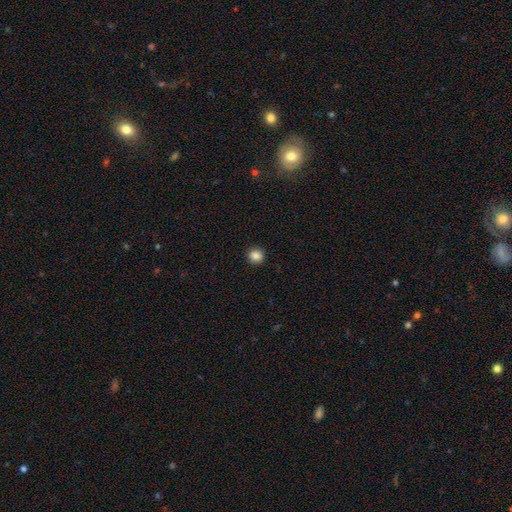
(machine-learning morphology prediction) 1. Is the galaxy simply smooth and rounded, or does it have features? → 85% smooth, 10% star or artifact, 4% featured or disk.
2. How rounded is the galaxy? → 91% round, 8% in between, 1% cigar-shaped.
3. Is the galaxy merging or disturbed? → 92% none, 5% minor disturbance, 2% major disturbance, 1% merger.